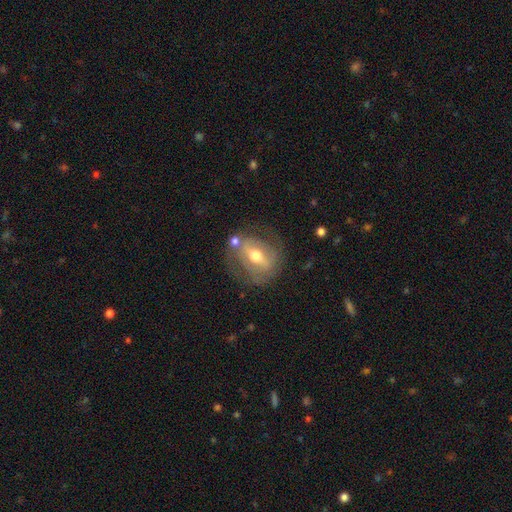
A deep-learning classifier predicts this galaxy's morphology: Smooth or featured? featured or disk (68%)
Edge-on disk? no (90%)
Bar? strong (45%)
Spiral arms? no (51%)
Bulge size? moderate (73%)
Merging? none (65%)